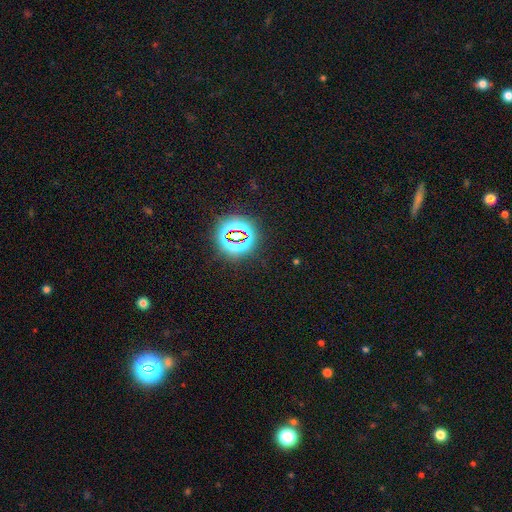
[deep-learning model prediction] smooth_or_featured: star or artifact (p=0.79) [alt: smooth p=0.14]